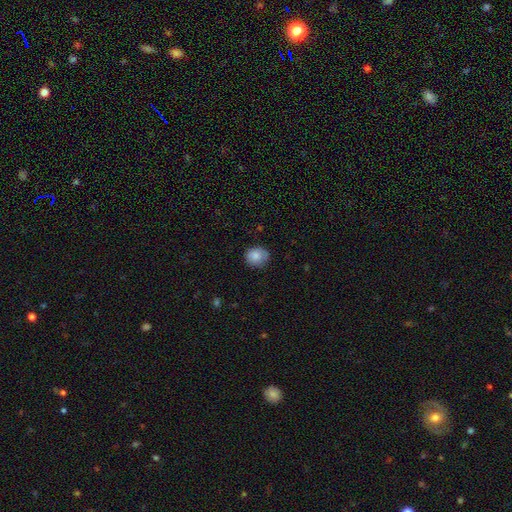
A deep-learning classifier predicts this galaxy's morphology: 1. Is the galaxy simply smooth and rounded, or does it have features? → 84% smooth, 8% featured or disk, 8% star or artifact.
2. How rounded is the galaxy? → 73% round, 26% in between, 1% cigar-shaped.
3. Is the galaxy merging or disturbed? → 75% none, 20% minor disturbance, 4% major disturbance, 1% merger.